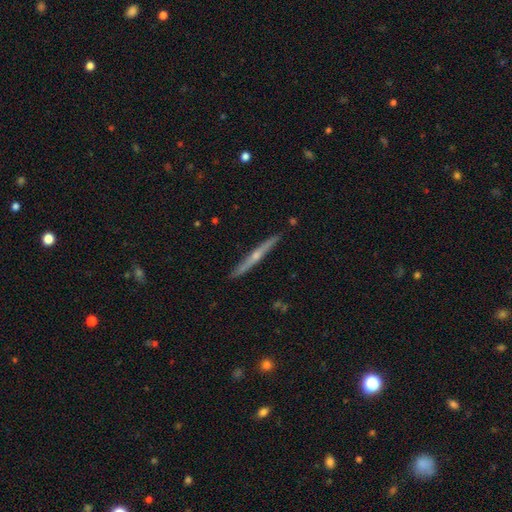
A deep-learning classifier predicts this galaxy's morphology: featured or disk 74%, smooth 20%, star or artifact 6%. Down the decision tree: edge-on disk — yes (98%); edge-on bulge — rounded (79%); merging — none (90%).